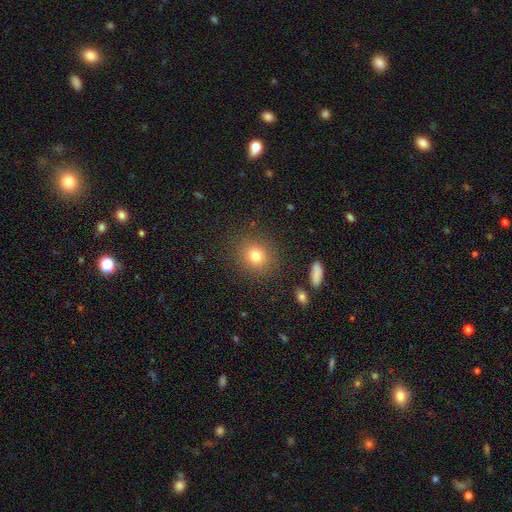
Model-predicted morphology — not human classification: A smooth galaxy with no disk features (78%) that is round (78%).

Vote fractions:
- Smooth or featured? smooth: 78% / star or artifact: 13% / featured or disk: 8%
- How rounded? round: 78% / in between: 21% / cigar-shaped: 1%
- Merging? none: 87% / minor disturbance: 8% / major disturbance: 3% / merger: 2%